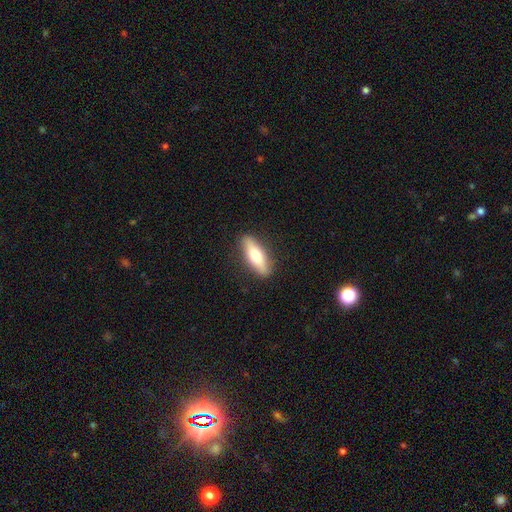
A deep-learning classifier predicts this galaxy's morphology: smooth-or-featured: smooth: 63% | featured or disk: 31% | star or artifact: 5%
  how-rounded: cigar-shaped: 55% | in between: 43% | round: 2%
  merging: none: 88% | minor disturbance: 9% | major disturbance: 2% | merger: 1%